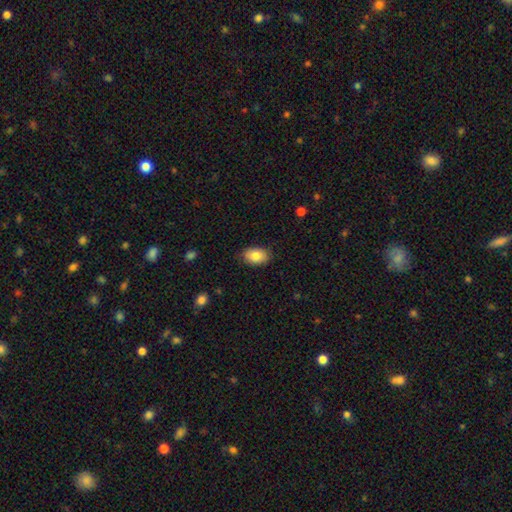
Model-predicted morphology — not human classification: The model was most divided on "merging": none: 85%, minor disturbance: 12%, major disturbance: 2%, merger: 1%. More confident: how rounded — in between (88%); smooth or featured — smooth (84%).